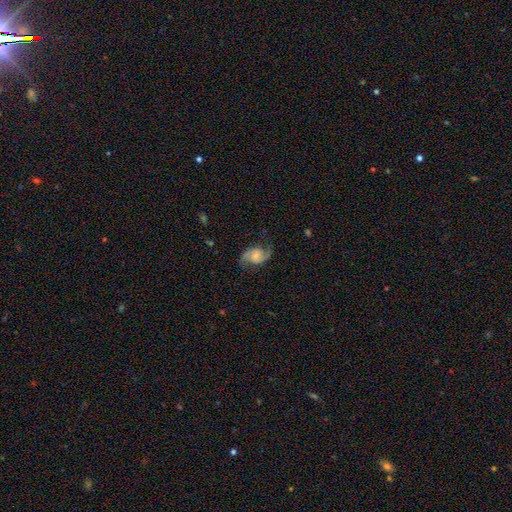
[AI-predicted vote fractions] A featured or disk galaxy (85%) with no bar (56%), 2 (93%) medium (49%) spiral arms (97%) and a small central bulge (48%). Merging: none (76%).